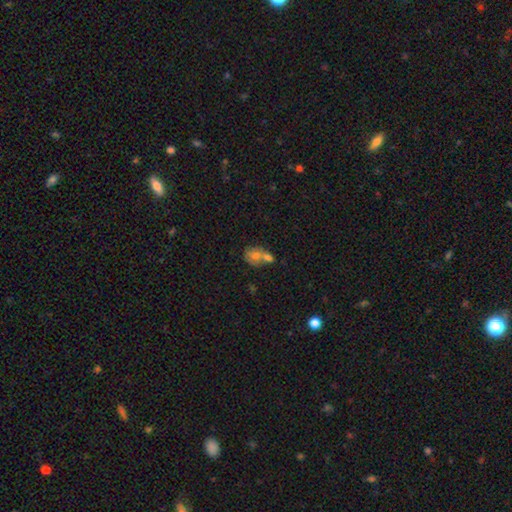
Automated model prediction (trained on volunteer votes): Smooth or featured: smooth — 66% (featured or disk — 23%)
How rounded: round — 51% (in between — 48%)
Merging: merger — 57% (none — 26%)